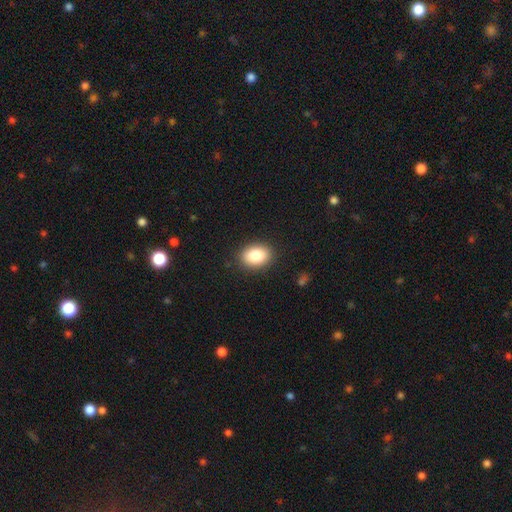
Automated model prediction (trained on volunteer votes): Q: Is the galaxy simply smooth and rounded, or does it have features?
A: smooth — 85%.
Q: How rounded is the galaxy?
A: in between — 75%.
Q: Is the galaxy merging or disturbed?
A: none — 88%.